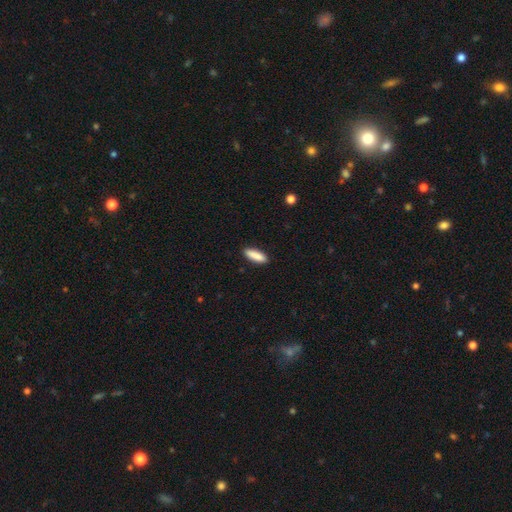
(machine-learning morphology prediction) Smooth or featured: smooth — 89% (star or artifact — 6%)
How rounded: cigar-shaped — 51% (in between — 47%)
Merging: none — 89% (minor disturbance — 8%)